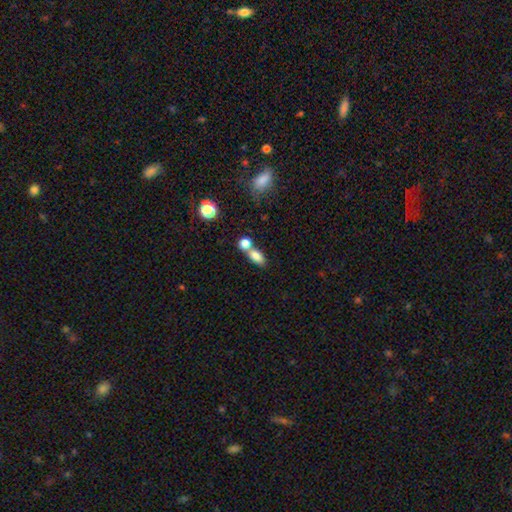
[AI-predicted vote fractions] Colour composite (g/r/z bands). It shows a smooth galaxy with no disk features (82%) that is in between round and cigar-shaped (83%). Merging: merger (45%).